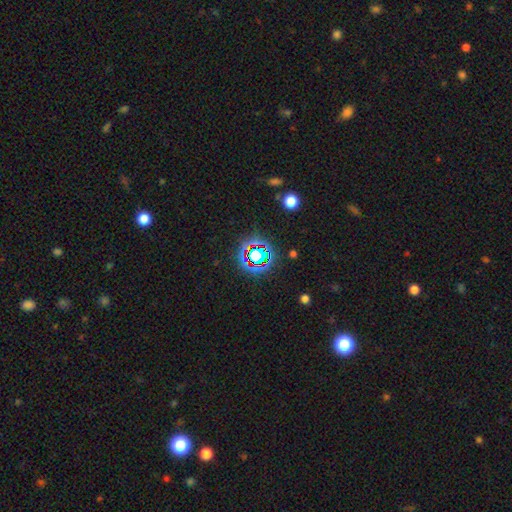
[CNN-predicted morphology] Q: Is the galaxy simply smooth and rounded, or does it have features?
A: star or artifact — 70%.